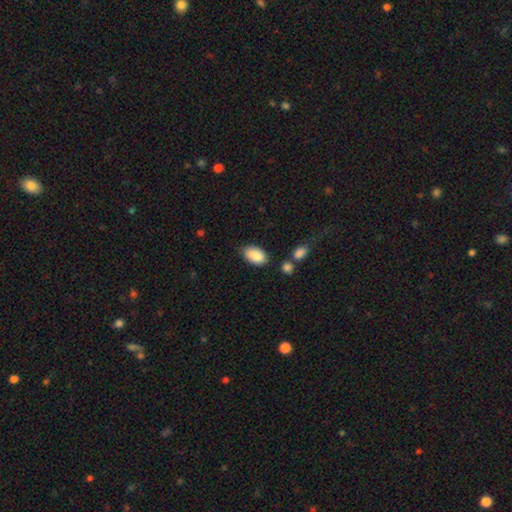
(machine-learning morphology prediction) Smooth or featured? smooth (87%)
How rounded? in between (93%)
Merging? none (75%)